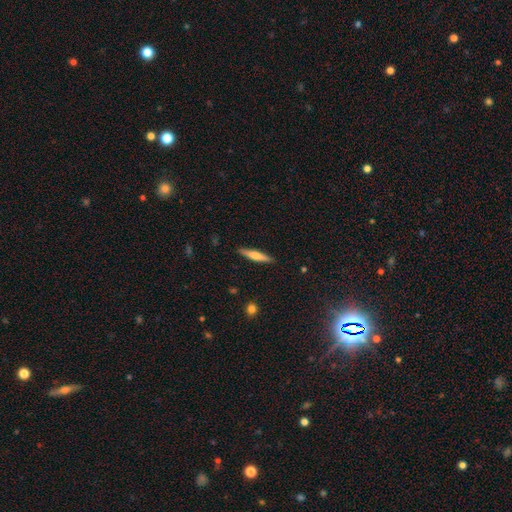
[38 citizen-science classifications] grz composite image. It shows a smooth galaxy with no disk features (55%) that is cigar-shaped (76%). Merging: none (92%).